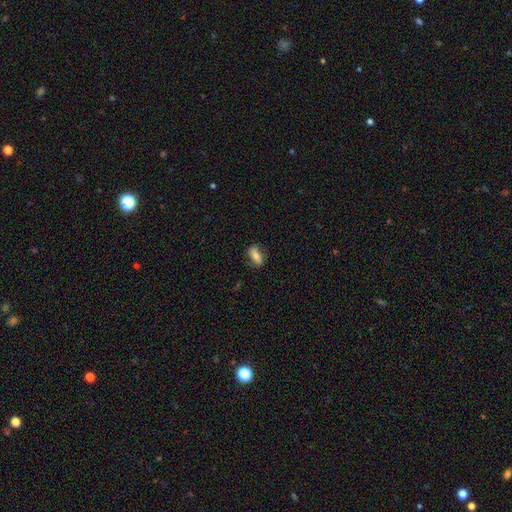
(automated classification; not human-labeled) smooth 67%, featured or disk 25%, star or artifact 8%. Down the decision tree: how rounded — in between (76%); merging — none (78%).